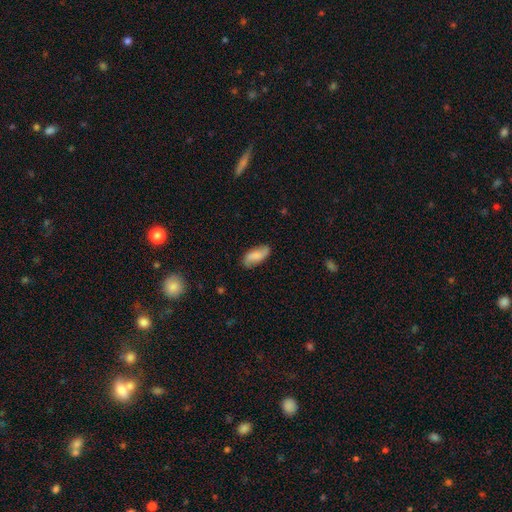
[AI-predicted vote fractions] The model was most divided on "smooth or featured": smooth: 66%, featured or disk: 27%, star or artifact: 8%. More confident: how rounded — in between (84%); merging — none (77%).